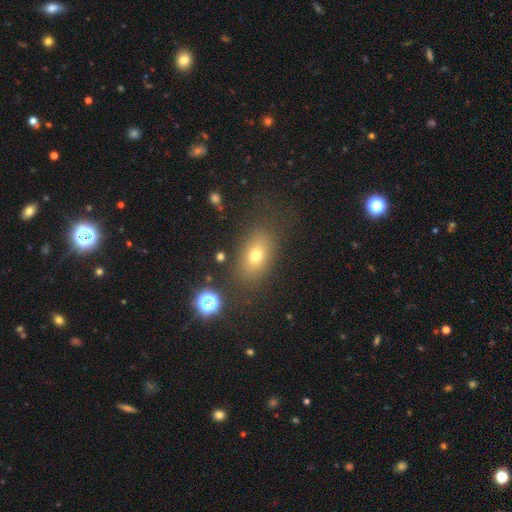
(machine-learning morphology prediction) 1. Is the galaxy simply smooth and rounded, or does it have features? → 69% smooth, 16% star or artifact, 15% featured or disk.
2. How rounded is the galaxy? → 78% in between, 19% round, 3% cigar-shaped.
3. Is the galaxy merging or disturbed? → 76% none, 14% minor disturbance, 7% major disturbance, 3% merger.